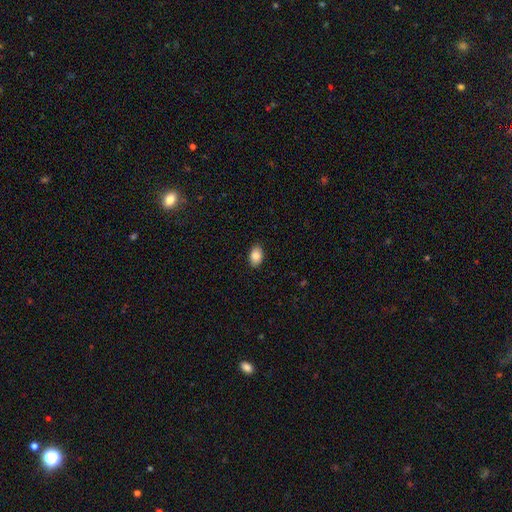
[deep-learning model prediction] This is clearly a smooth galaxy (86%). How rounded: clearly in between (88%). Merging: clearly none (89%).